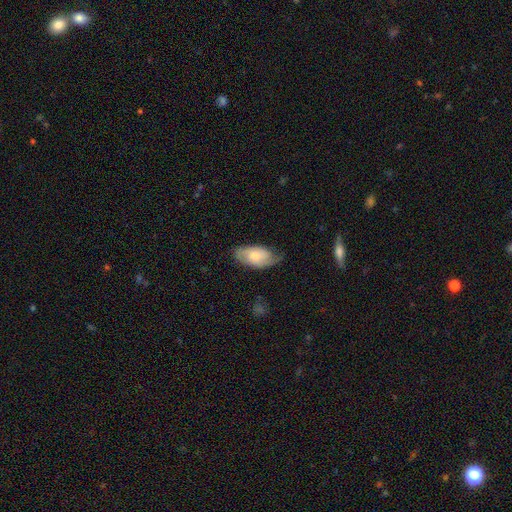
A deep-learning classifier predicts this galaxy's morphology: type=smooth (58%); roundness=in between (93%); merging=none (63%).